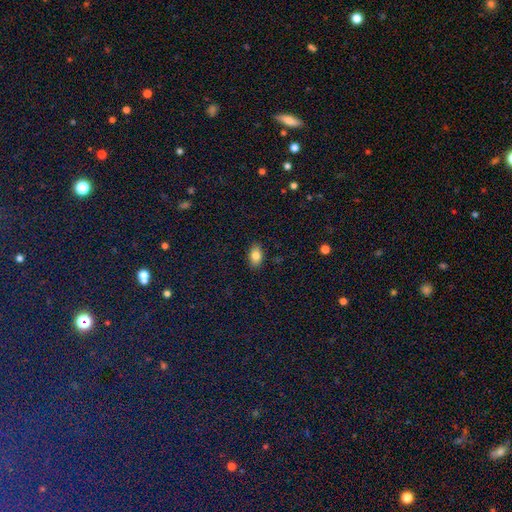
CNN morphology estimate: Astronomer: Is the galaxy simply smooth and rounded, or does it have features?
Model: smooth — 82%.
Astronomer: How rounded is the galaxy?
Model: in between — 90%.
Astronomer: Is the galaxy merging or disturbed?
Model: none — 87%.